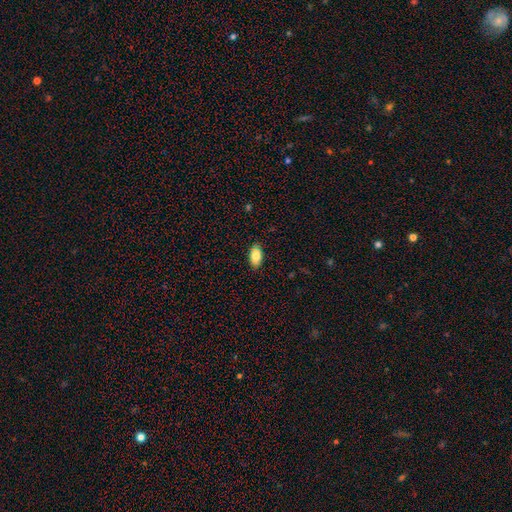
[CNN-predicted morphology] Q: Smooth or featured?
A: smooth (83%); runner-up: featured or disk (10%)
Q: How rounded?
A: in between (93%); runner-up: round (4%)
Q: Merging?
A: none (87%); runner-up: minor disturbance (10%)